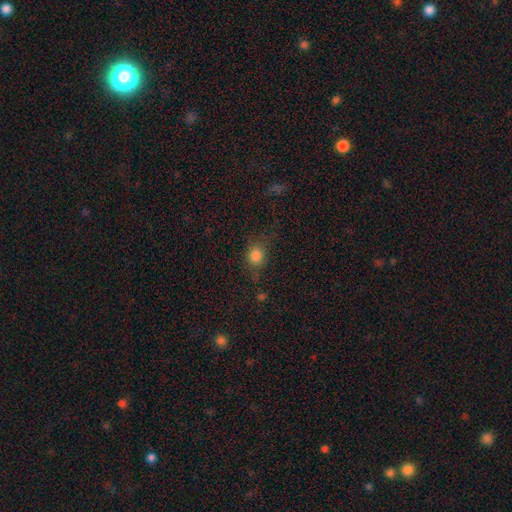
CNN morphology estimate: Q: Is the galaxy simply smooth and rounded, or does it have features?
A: smooth — 78%.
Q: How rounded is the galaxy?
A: round — 69%.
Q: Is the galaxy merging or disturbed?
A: none — 66%.